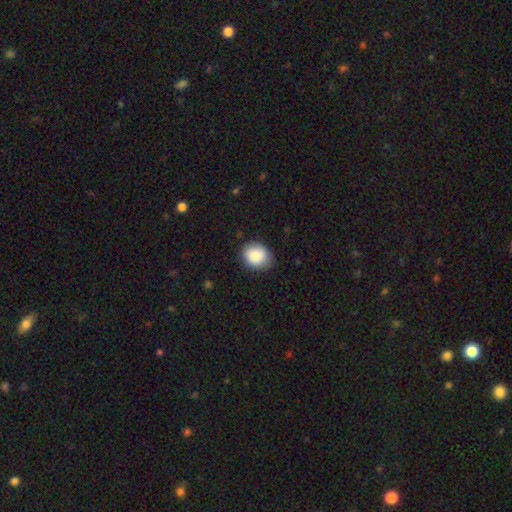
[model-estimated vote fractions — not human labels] Smooth or featured?
  - smooth: 87% *
  - star or artifact: 7%
  - featured or disk: 5%
How rounded?
  - round: 57% *
  - in between: 43%
  - cigar-shaped: 1%
Merging?
  - none: 80% *
  - minor disturbance: 16%
  - major disturbance: 3%
  - merger: 1%